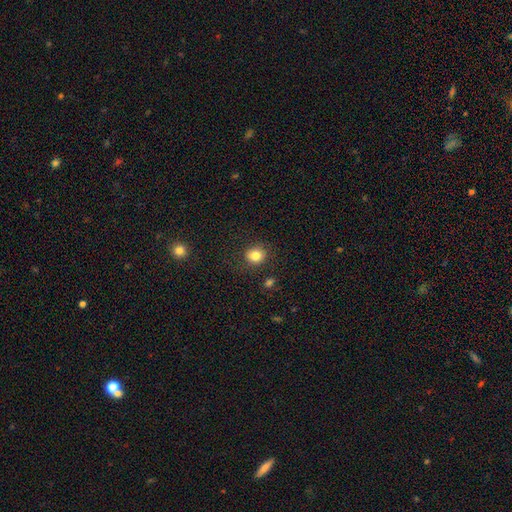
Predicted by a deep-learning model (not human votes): The model was most divided on "how rounded": round: 78%, in between: 21%, cigar-shaped: 1%. More confident: merging — none (84%); smooth or featured — smooth (83%).